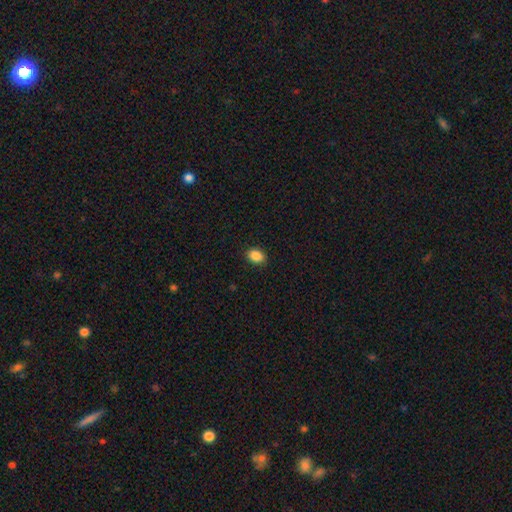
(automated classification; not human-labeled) Overall: smooth (88%). How rounded: in between (73%). Merging: none (88%).